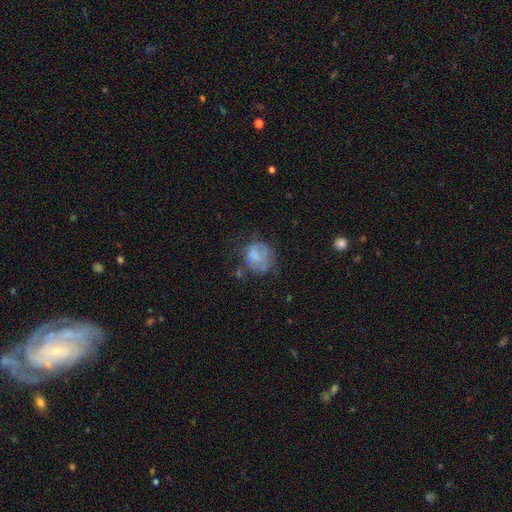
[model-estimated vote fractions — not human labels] A smooth galaxy with no disk features (51%) that is round (63%).

Vote fractions:
- Smooth or featured? smooth: 51% / featured or disk: 38% / star or artifact: 11%
- How rounded? round: 63% / in between: 36% / cigar-shaped: 1%
- Merging? none: 40% / major disturbance: 28% / minor disturbance: 27% / merger: 5%